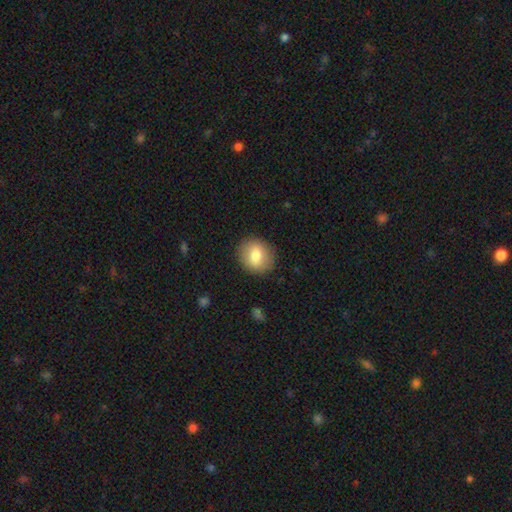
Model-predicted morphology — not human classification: smooth-or-featured: smooth: 76% | featured or disk: 16% | star or artifact: 8%
  how-rounded: round: 71% | in between: 28% | cigar-shaped: 1%
  merging: none: 87% | minor disturbance: 9% | major disturbance: 3% | merger: 1%